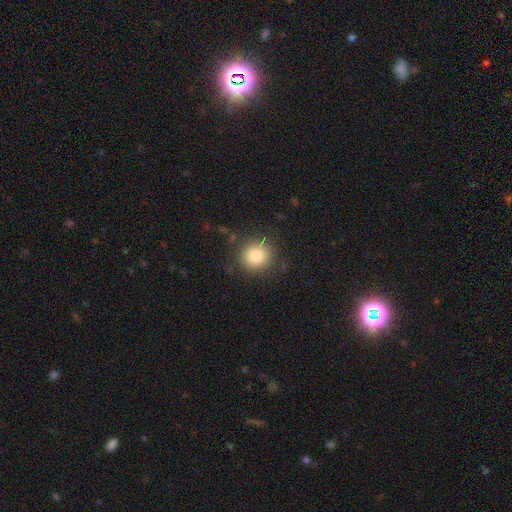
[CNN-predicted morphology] The model was most divided on "smooth or featured": smooth: 83%, star or artifact: 10%, featured or disk: 7%. More confident: how rounded — round (90%); merging — none (86%).